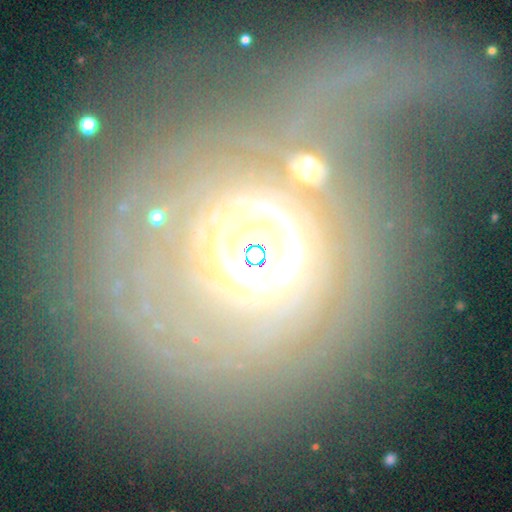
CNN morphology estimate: Smooth or featured? featured or disk (70%)
Edge-on disk? no (95%)
Bar? no (70%)
Spiral arms? yes (67%)
Bulge size? moderate (47%)
Merging? none (55%)